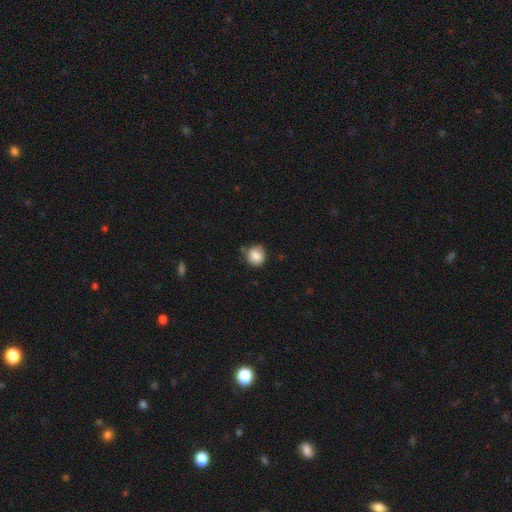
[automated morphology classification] Smooth or featured: smooth — 86% (star or artifact — 8%)
How rounded: round — 87% (in between — 12%)
Merging: none — 71% (minor disturbance — 20%)